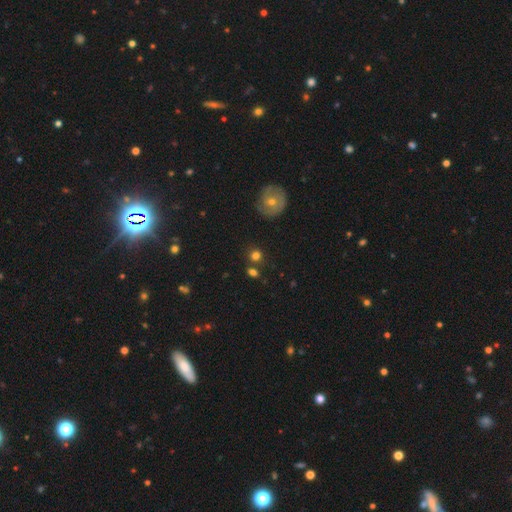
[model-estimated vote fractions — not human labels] Overall: smooth (75%). How rounded: round (83%). Merging: none (74%).